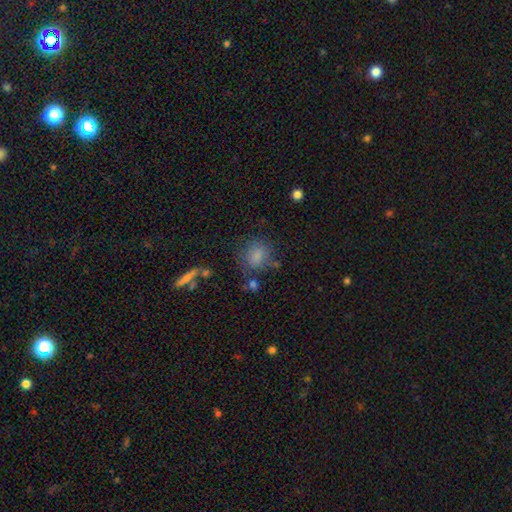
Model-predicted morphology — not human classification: Smooth or featured: smooth — 75% (star or artifact — 15%)
How rounded: round — 61% (in between — 37%)
Merging: none — 70% (minor disturbance — 17%)